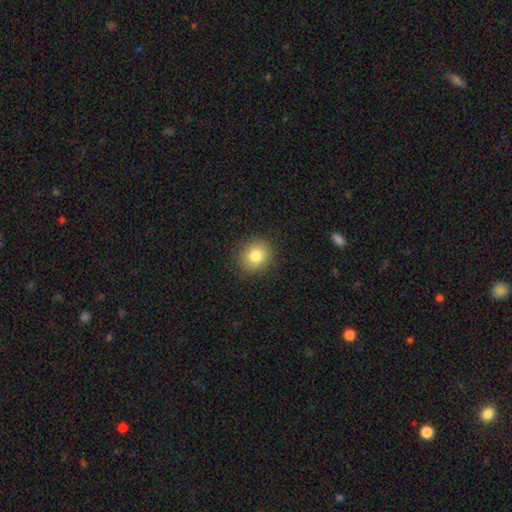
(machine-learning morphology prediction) A smooth galaxy with no disk features (82%) that is round (80%).

Vote fractions:
- Smooth or featured? smooth: 82% / star or artifact: 10% / featured or disk: 8%
- How rounded? round: 80% / in between: 19% / cigar-shaped: 1%
- Merging? none: 89% / minor disturbance: 7% / major disturbance: 2% / merger: 1%